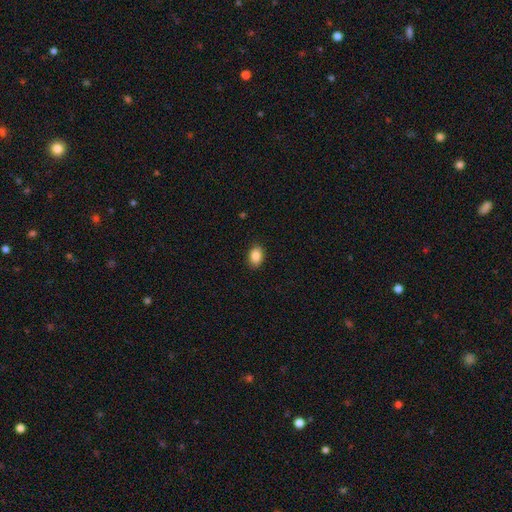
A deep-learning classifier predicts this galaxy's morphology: This appears to be a smooth galaxy with no disk features (88%) that is in between round and cigar-shaped (81%). Merging: none (89%).